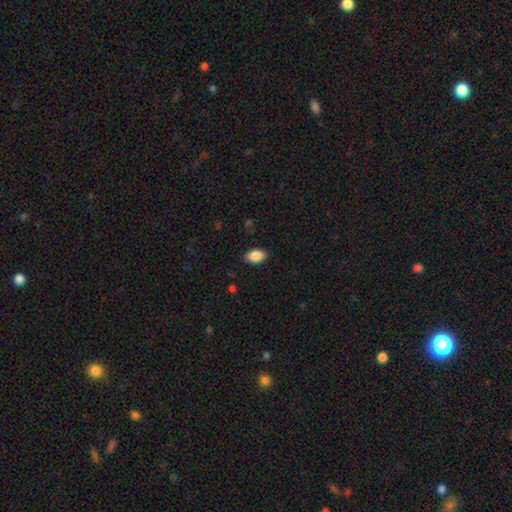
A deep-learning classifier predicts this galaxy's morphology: This is clearly a smooth galaxy (88%). How rounded: clearly in between (92%). Merging: clearly none (87%).